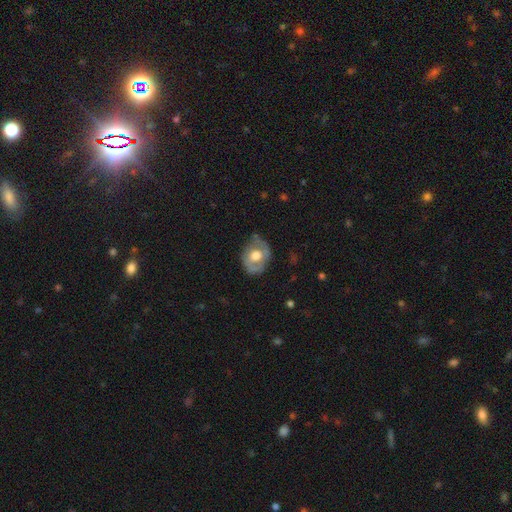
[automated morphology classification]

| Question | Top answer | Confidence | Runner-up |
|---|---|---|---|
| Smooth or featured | featured or disk | 47% | smooth (46%) |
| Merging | none | 64% | minor disturbance (26%) |